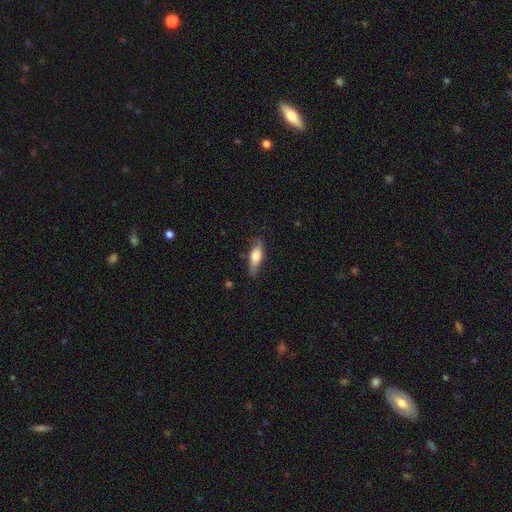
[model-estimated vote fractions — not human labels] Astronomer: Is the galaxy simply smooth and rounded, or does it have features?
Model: smooth — 61%.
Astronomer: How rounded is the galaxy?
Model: in between — 63%.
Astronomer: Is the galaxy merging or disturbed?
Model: none — 68%.